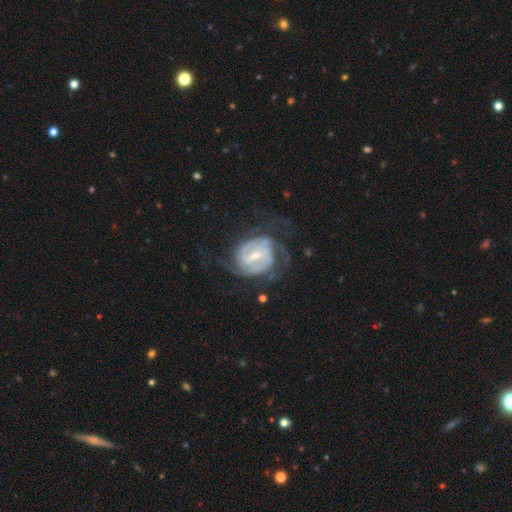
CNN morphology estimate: Smooth or featured?
  - featured or disk: 87% *
  - smooth: 8%
  - star or artifact: 5%
Edge-on disk?
  - no: 97% *
  - yes: 3%
Bar?
  - weak: 52% *
  - strong: 32%
  - no: 15%
Spiral arms?
  - yes: 94% *
  - no: 6%
Spiral winding?
  - tight: 48% *
  - medium: 38%
  - loose: 13%
Spiral arm count?
  - 2: 54% *
  - can't tell: 23%
  - 3: 12%
  - 4: 4%
  - 1: 4%
  - more than 4: 3%
Bulge size?
  - small: 51% *
  - moderate: 40%
  - none: 4%
  - large: 4%
  - dominant: 1%
Merging?
  - none: 60% *
  - major disturbance: 20%
  - minor disturbance: 18%
  - merger: 2%